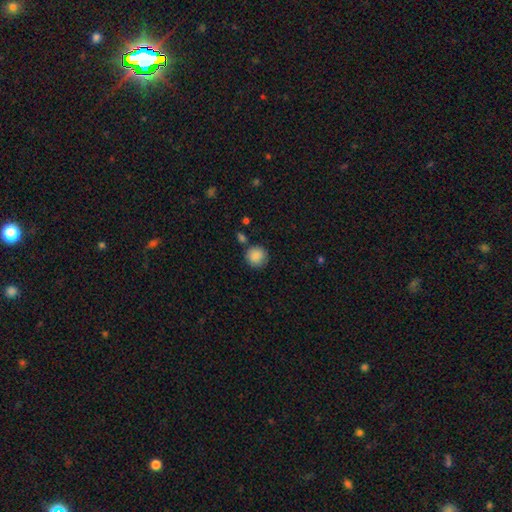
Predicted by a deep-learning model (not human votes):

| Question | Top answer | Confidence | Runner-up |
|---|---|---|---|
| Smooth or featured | smooth | 88% | star or artifact (8%) |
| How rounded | round | 92% | in between (7%) |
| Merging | none | 80% | minor disturbance (11%) |